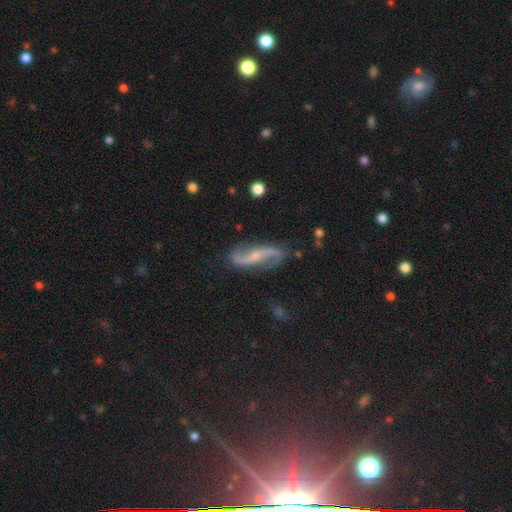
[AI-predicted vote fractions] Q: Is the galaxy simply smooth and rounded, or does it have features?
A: featured or disk — 87%.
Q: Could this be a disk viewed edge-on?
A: no — 93%.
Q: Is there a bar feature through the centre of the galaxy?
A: no — 38%.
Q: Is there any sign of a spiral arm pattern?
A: yes — 96%.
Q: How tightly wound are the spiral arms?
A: loose — 72%.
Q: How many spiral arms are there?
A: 2 — 94%.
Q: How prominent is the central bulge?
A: small — 65%.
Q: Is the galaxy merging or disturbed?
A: none — 80%.